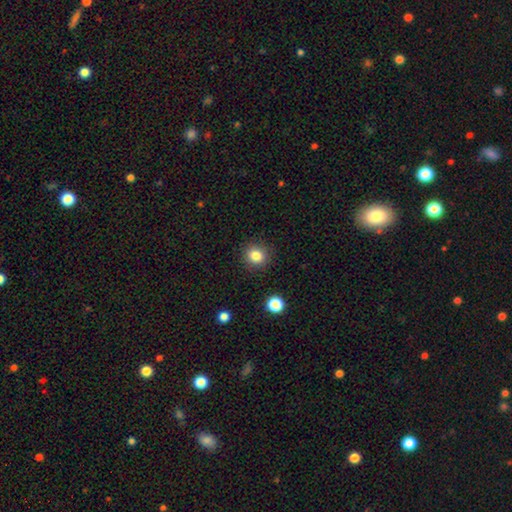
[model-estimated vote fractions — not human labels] smooth_or_featured: smooth (p=0.83) [alt: star or artifact p=0.11]
how_rounded: round (p=0.87) [alt: in between p=0.12]
merging: none (p=0.90) [alt: minor disturbance p=0.06]